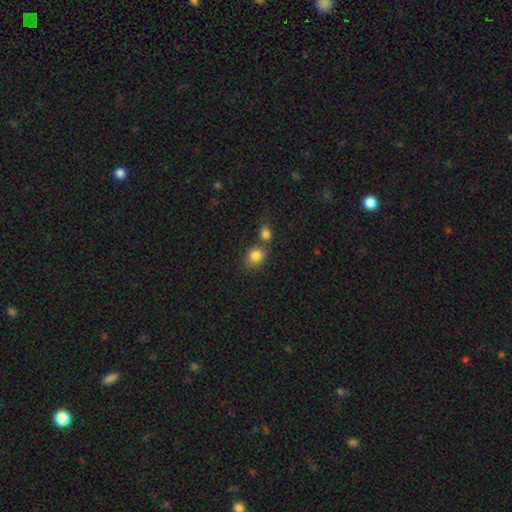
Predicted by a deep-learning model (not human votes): smooth 83%, star or artifact 10%, featured or disk 7%. Down the decision tree: how rounded — round (63%); merging — none (51%).